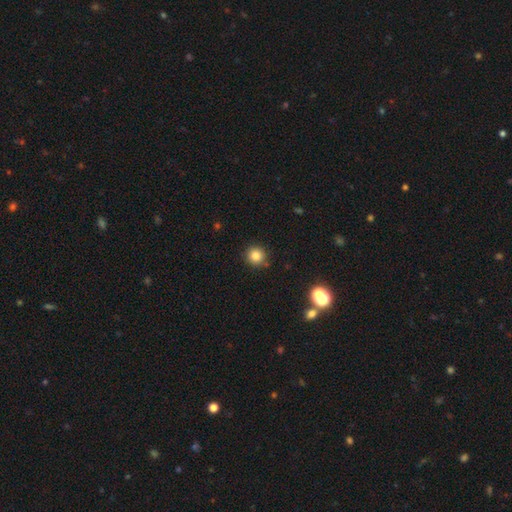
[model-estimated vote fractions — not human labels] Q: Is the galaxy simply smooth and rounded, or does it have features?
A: smooth — 84%.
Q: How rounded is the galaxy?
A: round — 93%.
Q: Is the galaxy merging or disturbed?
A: none — 86%.